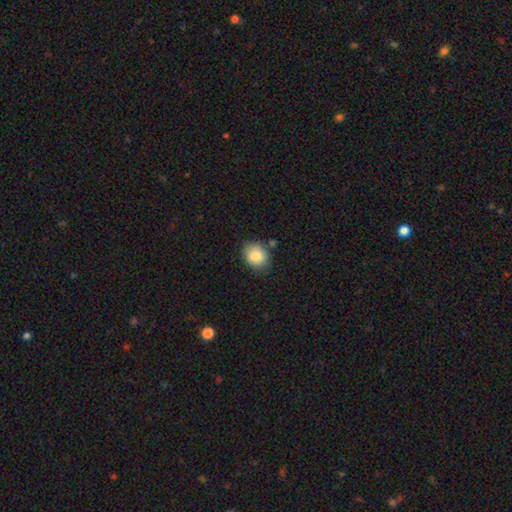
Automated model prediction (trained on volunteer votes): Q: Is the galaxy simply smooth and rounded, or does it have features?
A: smooth — 85%.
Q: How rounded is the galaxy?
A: round — 50%.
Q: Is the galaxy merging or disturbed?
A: none — 77%.